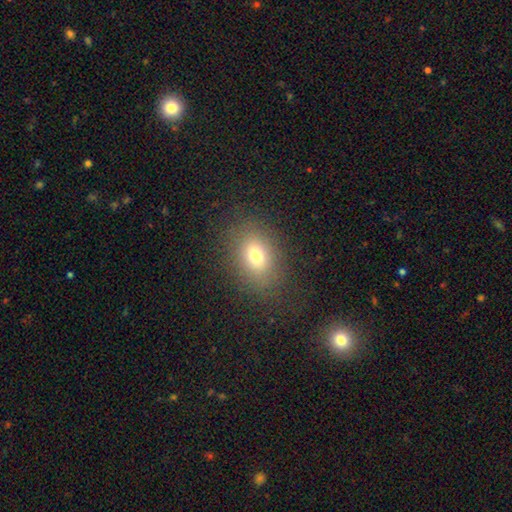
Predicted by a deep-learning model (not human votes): Smooth or featured? smooth (73%)
How rounded? in between (73%)
Merging? none (83%)